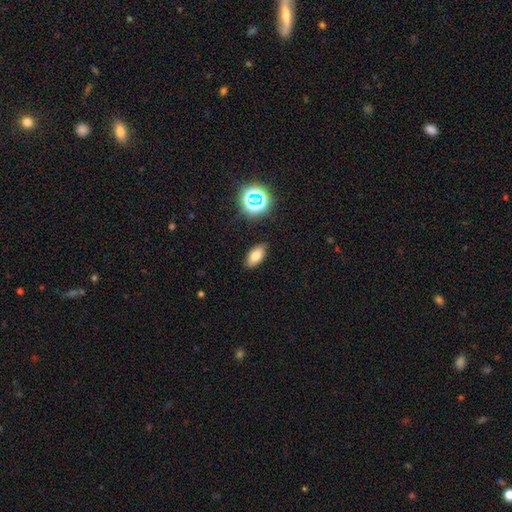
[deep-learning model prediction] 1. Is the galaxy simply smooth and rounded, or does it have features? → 74% smooth, 14% star or artifact, 11% featured or disk.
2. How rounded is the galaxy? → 89% in between, 6% round, 5% cigar-shaped.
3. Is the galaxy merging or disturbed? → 87% none, 9% minor disturbance, 2% major disturbance, 2% merger.